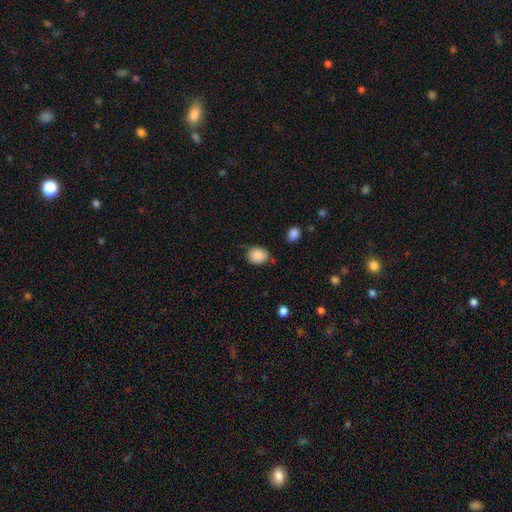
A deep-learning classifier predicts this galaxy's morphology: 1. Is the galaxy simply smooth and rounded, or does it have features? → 87% smooth, 8% star or artifact, 5% featured or disk.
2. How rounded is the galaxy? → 59% round, 40% in between, 1% cigar-shaped.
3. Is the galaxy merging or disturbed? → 74% none, 19% minor disturbance, 4% merger, 4% major disturbance.